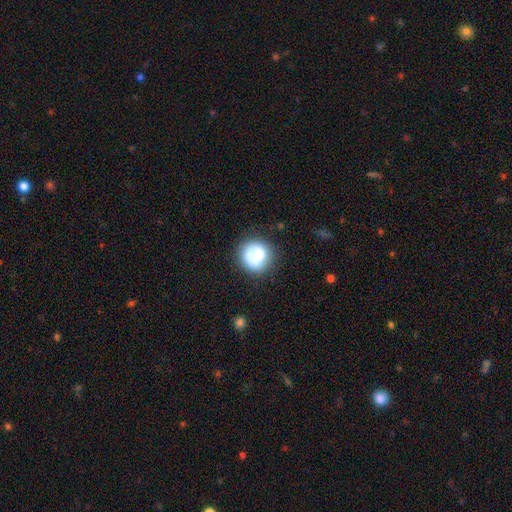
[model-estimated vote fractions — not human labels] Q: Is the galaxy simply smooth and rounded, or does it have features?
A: smooth — 74%.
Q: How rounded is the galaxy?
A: round — 87%.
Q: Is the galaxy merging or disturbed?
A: none — 66%.